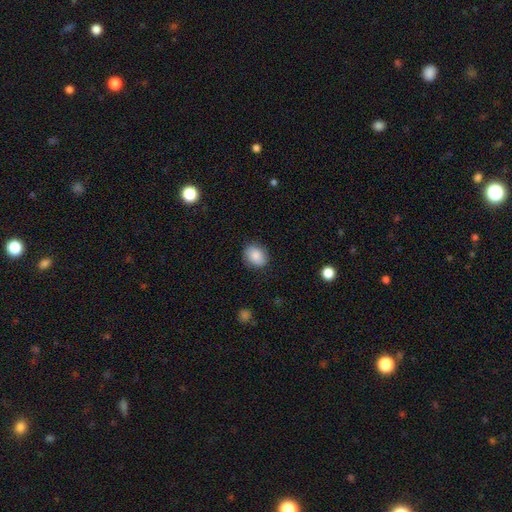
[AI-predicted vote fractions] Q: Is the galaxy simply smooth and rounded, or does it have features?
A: smooth — 85%.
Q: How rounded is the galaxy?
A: round — 53%.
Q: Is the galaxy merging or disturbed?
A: none — 83%.